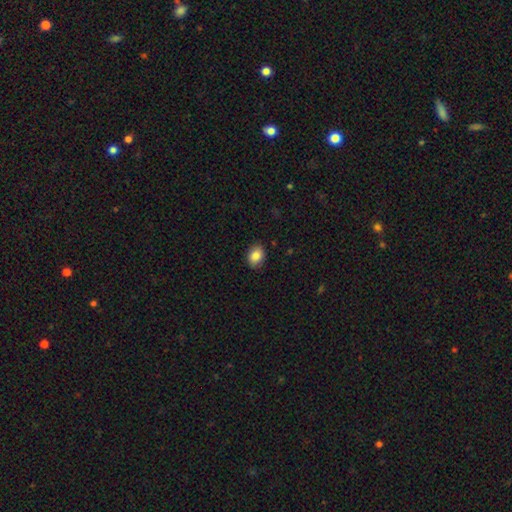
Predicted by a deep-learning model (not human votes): This appears to be a smooth galaxy with no disk features (86%) that is in between round and cigar-shaped (61%). Merging: none (88%).